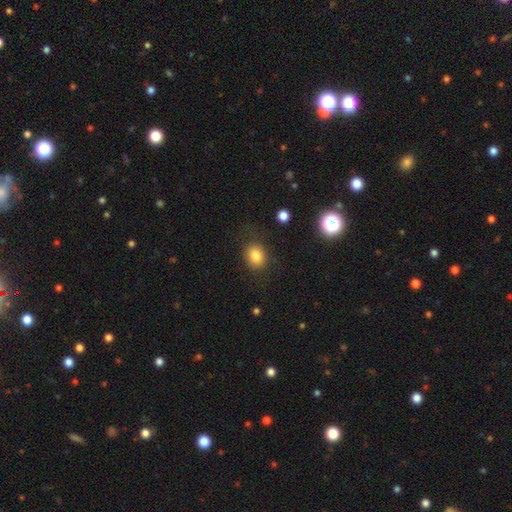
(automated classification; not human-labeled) A smooth galaxy with no disk features (81%) that is round (53%). Merging: none (78%).